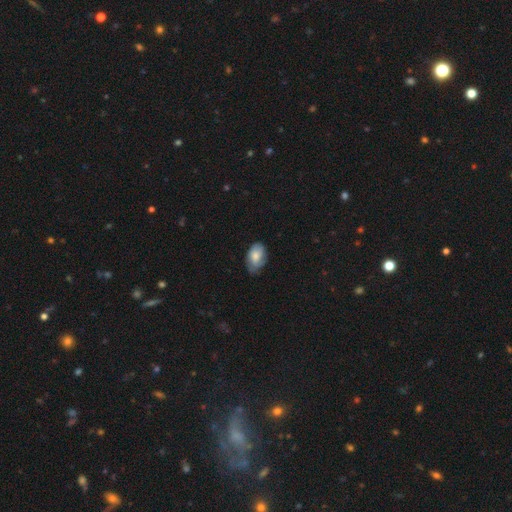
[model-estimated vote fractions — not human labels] Q: Smooth or featured?
A: smooth (70%); runner-up: featured or disk (23%)
Q: How rounded?
A: in between (91%); runner-up: round (8%)
Q: Merging?
A: none (61%); runner-up: minor disturbance (31%)